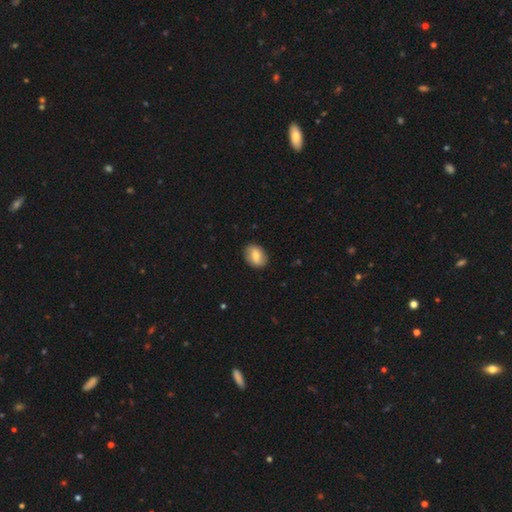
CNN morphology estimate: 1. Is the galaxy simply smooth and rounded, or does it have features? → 67% smooth, 26% featured or disk, 7% star or artifact.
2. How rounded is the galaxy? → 68% in between, 30% round, 1% cigar-shaped.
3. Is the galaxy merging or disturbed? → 87% none, 10% minor disturbance, 2% major disturbance, 1% merger.